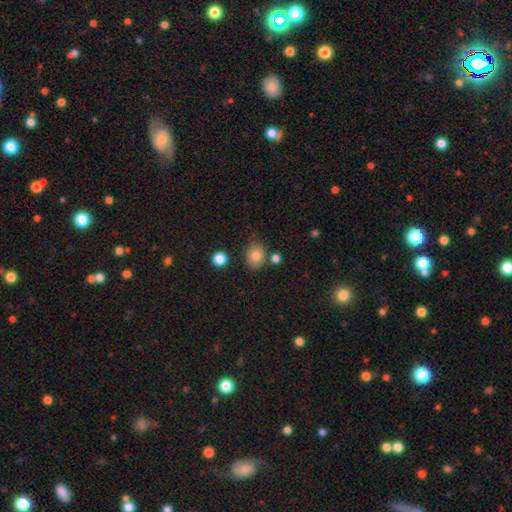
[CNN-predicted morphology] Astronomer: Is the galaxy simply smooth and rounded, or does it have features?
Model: smooth — 82%.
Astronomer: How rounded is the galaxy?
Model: round — 55% (runner-up: in between, 44%).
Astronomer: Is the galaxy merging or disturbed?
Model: none — 73%.